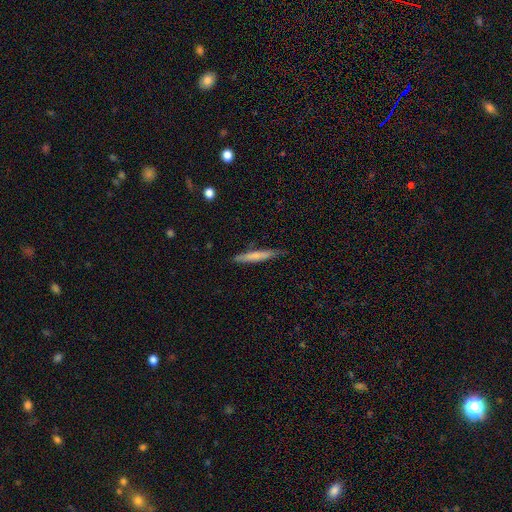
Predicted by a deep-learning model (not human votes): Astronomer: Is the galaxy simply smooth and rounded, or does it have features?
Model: smooth — 67%.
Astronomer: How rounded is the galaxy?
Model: cigar-shaped — 94%.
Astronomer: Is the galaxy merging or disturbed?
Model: none — 81%.